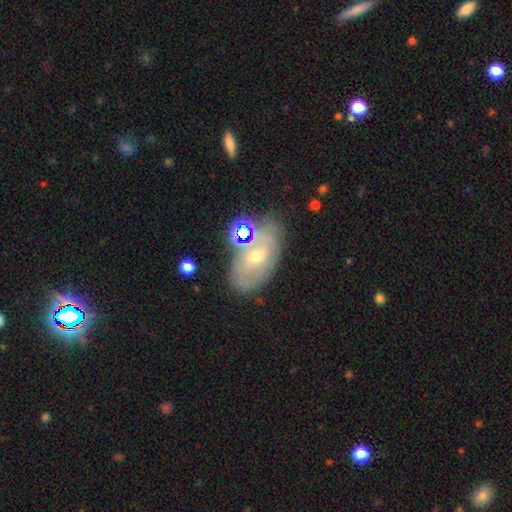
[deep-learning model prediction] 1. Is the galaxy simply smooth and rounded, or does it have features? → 60% featured or disk, 28% smooth, 12% star or artifact.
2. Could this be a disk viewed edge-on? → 92% no, 8% yes.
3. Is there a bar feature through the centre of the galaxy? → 57% no, 32% weak, 10% strong.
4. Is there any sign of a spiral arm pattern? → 57% yes, 43% no.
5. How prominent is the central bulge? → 61% small, 36% moderate, 1% large, 1% none, 1% dominant.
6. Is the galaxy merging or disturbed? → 62% none, 21% minor disturbance, 10% merger, 8% major disturbance.